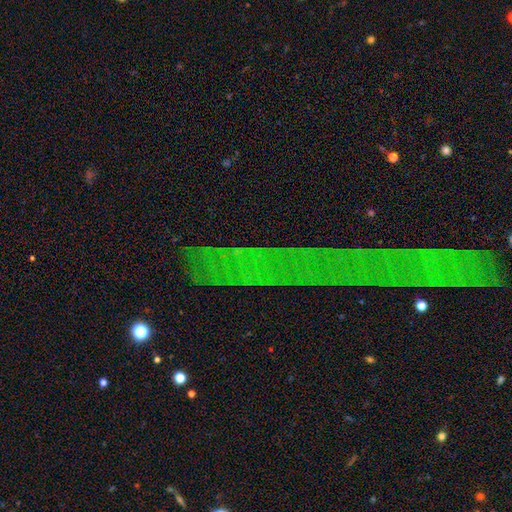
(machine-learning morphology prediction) Overall: star or artifact (81%).